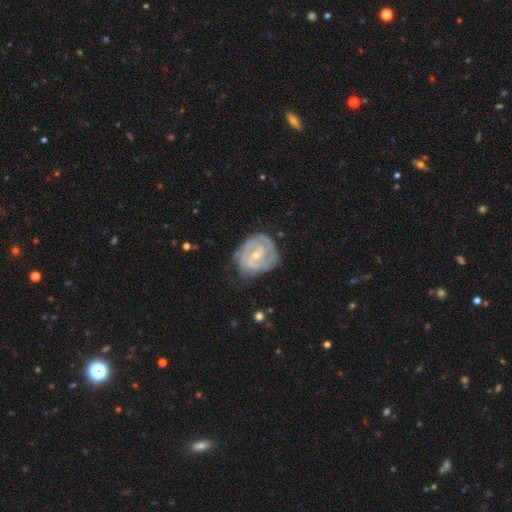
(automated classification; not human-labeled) A featured or disk galaxy (83%) with a weak bar (49%), 2 (43%) tight (66%) spiral arms (89%) and a small central bulge (55%).

Vote fractions:
- Smooth or featured? featured or disk: 83% / smooth: 12% / star or artifact: 5%
- Edge-on disk? no: 98% / yes: 2%
- Bar? weak: 49% / no: 34% / strong: 17%
- Spiral arms? yes: 89% / no: 11%
- Spiral winding? tight: 66% / medium: 27% / loose: 7%
- Spiral arm count? 2: 43% / can't tell: 31% / 3: 14% / 1: 5% / 4: 4% / more than 4: 3%
- Bulge size? small: 55% / moderate: 42% / none: 1% / large: 1% / dominant: 1%
- Merging? none: 57% / minor disturbance: 28% / major disturbance: 13% / merger: 2%